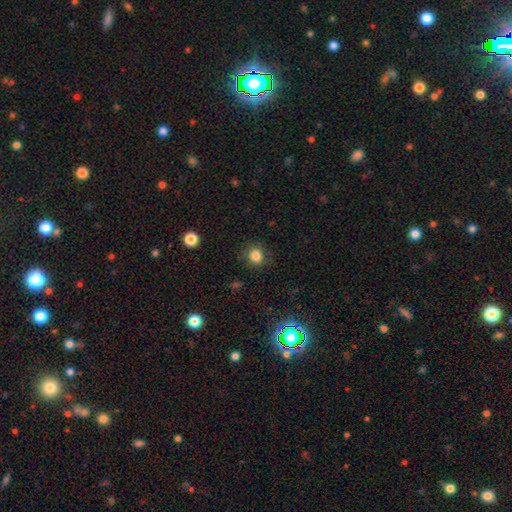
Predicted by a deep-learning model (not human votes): A smooth galaxy with no disk features (83%) that is round (84%). Merging: none (83%).